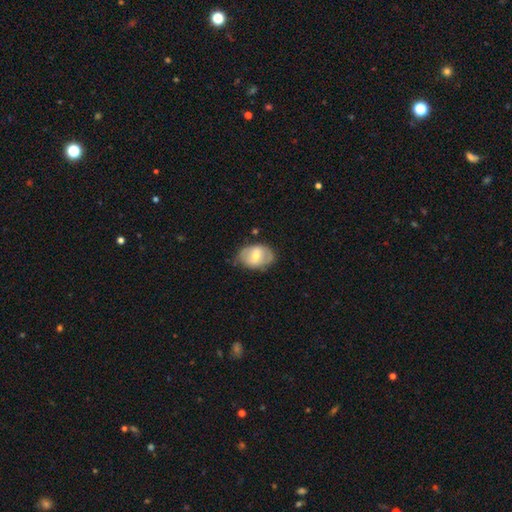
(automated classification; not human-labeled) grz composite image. It shows a featured or disk galaxy (47%, tied with smooth). Merging: none (70%).